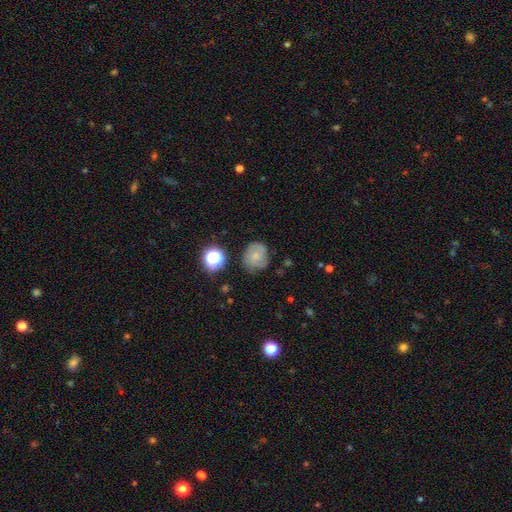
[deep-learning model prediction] Smooth or featured? smooth (53%)
How rounded? round (76%)
Merging? none (68%)